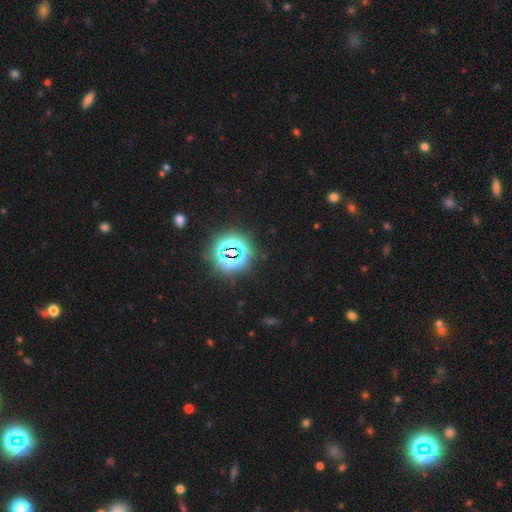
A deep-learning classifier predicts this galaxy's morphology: smooth-or-featured: star or artifact: 81% | smooth: 12% | featured or disk: 7%